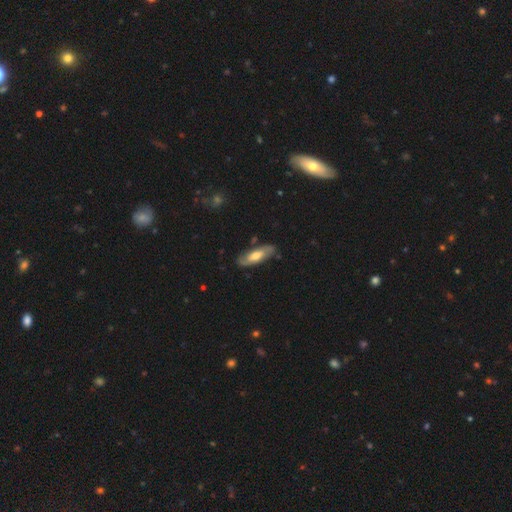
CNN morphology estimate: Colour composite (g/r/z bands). It shows a smooth galaxy with no disk features (48%). Merging: none (80%).